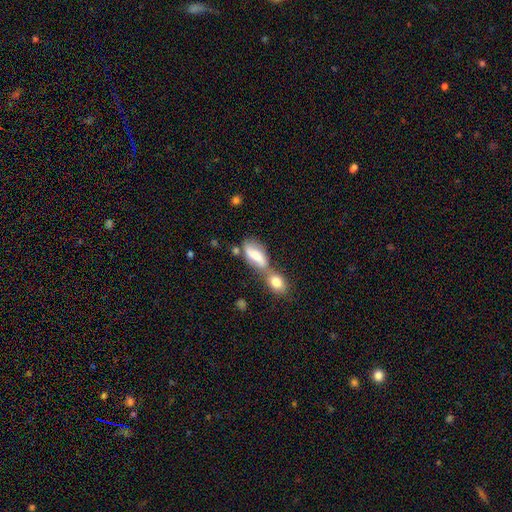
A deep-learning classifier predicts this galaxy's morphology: A smooth galaxy with no disk features (63%) that is in between round and cigar-shaped (82%).

Vote fractions:
- Smooth or featured? smooth: 63% / featured or disk: 29% / star or artifact: 8%
- How rounded? in between: 82% / cigar-shaped: 13% / round: 5%
- Merging? merger: 50% / none: 29% / minor disturbance: 14% / major disturbance: 7%